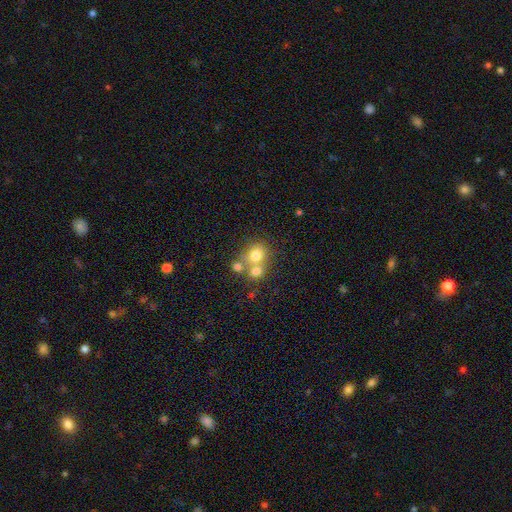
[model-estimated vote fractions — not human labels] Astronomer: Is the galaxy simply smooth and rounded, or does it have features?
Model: smooth — 72%.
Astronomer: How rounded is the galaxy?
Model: round — 75%.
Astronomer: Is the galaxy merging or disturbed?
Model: merger — 47% (runner-up: none, 41%).